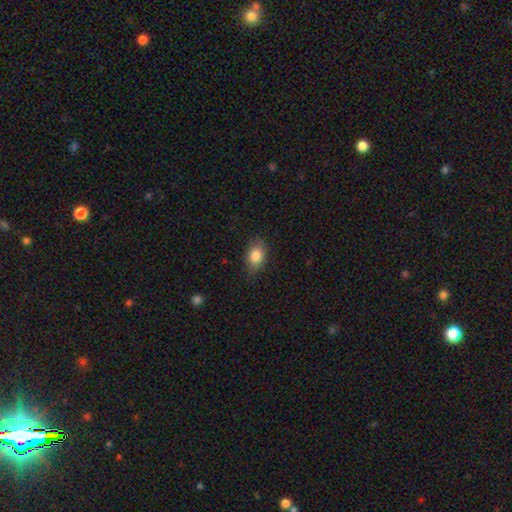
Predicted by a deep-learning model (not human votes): This appears to be a smooth galaxy with no disk features (84%) that is in between round and cigar-shaped (83%). Merging: none (79%).